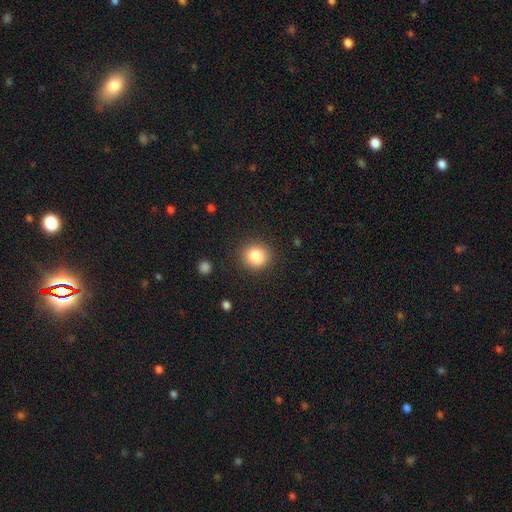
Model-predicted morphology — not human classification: A smooth galaxy with no disk features (85%) that is round (84%). Merging: none (88%).